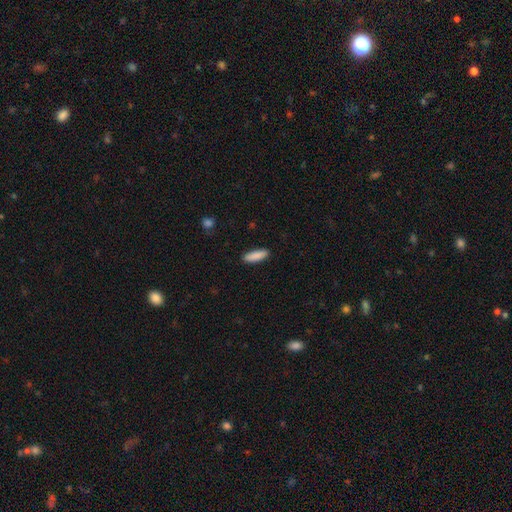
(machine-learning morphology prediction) type=smooth (89%); roundness=in between (50%); merging=none (89%).